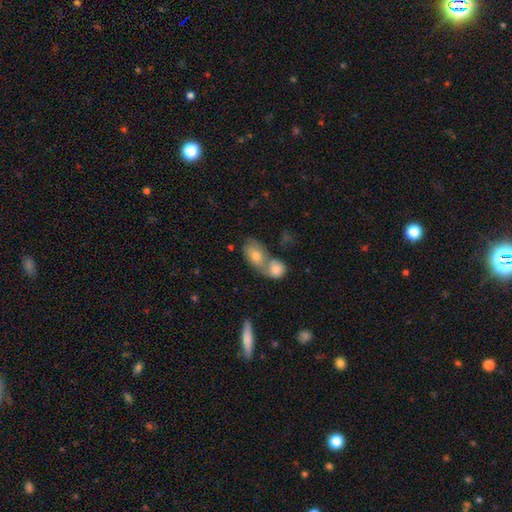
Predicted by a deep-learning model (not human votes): The model was most divided on "merging": merger: 67%, none: 21%, minor disturbance: 8%, major disturbance: 4%. More confident: how rounded — in between (84%); smooth or featured — smooth (73%).